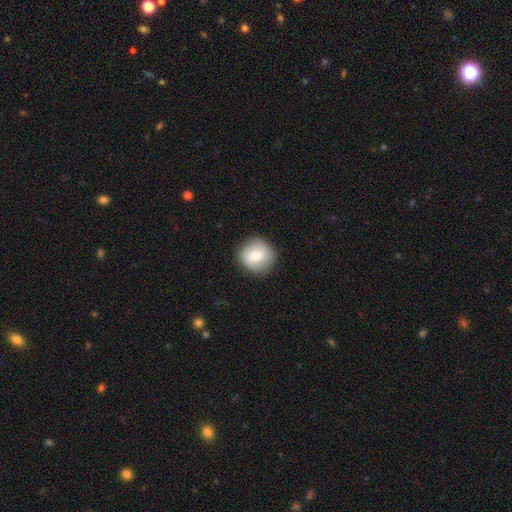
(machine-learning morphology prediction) smooth 72%, featured or disk 20%, star or artifact 8%. Down the decision tree: how rounded — round (92%); merging — none (86%).